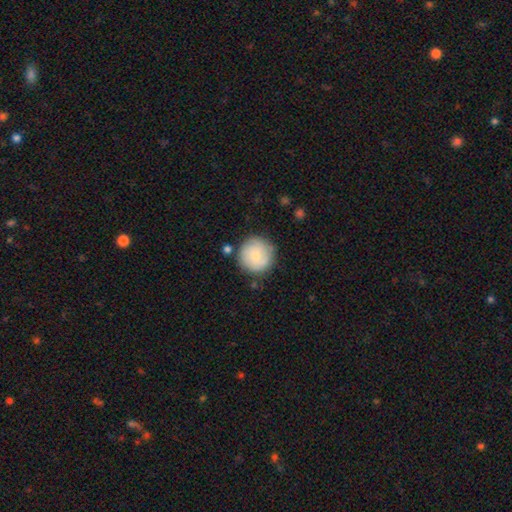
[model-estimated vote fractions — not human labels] This appears to be a smooth galaxy with no disk features (76%) that is round (96%). Merging: none (80%).